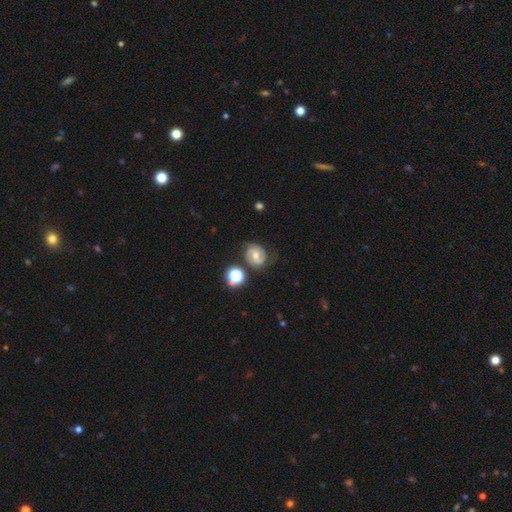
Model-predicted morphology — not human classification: Smooth or featured?
  - featured or disk: 76% *
  - smooth: 16%
  - star or artifact: 8%
Edge-on disk?
  - no: 98% *
  - yes: 2%
Bar?
  - weak: 44% *
  - no: 40%
  - strong: 16%
Spiral arms?
  - yes: 93% *
  - no: 7%
Spiral winding?
  - tight: 45% *
  - medium: 43%
  - loose: 12%
Spiral arm count?
  - 2: 84% *
  - can't tell: 8%
  - 3: 4%
  - 1: 3%
  - 4: 1%
  - more than 4: 1%
Bulge size?
  - moderate: 67% *
  - small: 28%
  - large: 3%
  - none: 2%
  - dominant: 1%
Merging?
  - none: 72% *
  - minor disturbance: 18%
  - major disturbance: 6%
  - merger: 4%